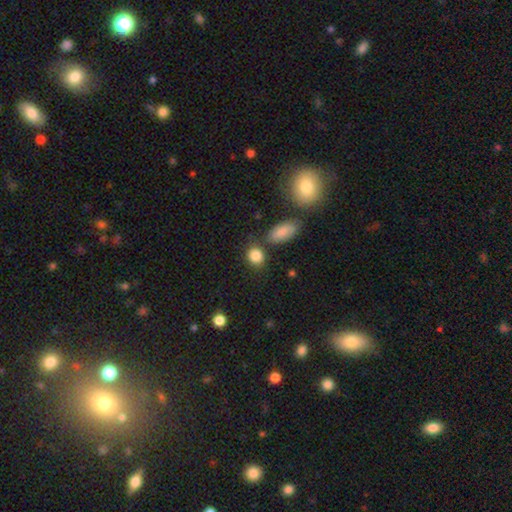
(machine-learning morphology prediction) smooth-or-featured: smooth: 86% | star or artifact: 9% | featured or disk: 5%
  how-rounded: round: 68% | in between: 30% | cigar-shaped: 2%
  merging: none: 71% | minor disturbance: 13% | merger: 12% | major disturbance: 4%